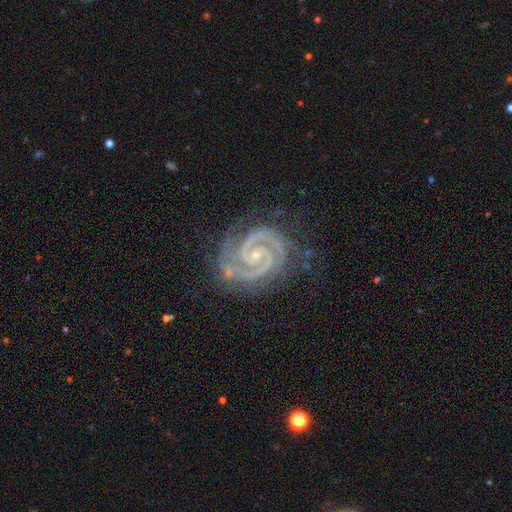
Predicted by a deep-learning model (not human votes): This is clearly a featured or disk galaxy (93%). It is clearly not viewed edge-on (98%). Bar: possibly no (49%). Spiral arm pattern: clearly yes (99%). Spiral arm count: clearly 2 (89%). Spiral winding: likely tight (76%). Central bulge: likely small (79%). Merging: likely none (78%).